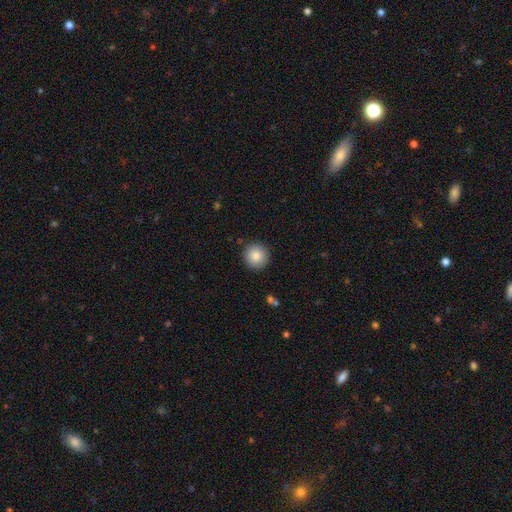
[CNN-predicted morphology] Overall: smooth (84%). How rounded: round (95%). Merging: none (90%).